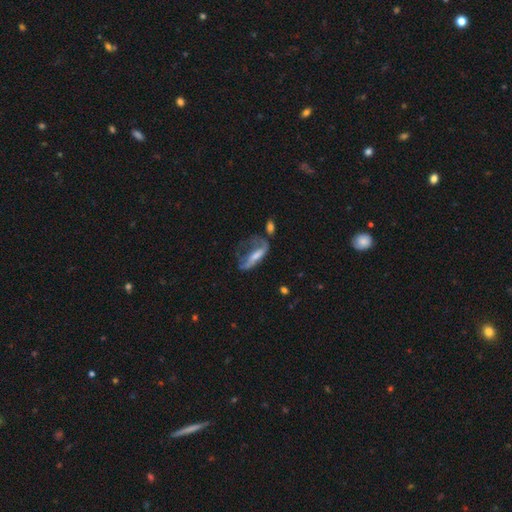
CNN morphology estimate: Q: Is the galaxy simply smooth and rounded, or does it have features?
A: smooth — 49%.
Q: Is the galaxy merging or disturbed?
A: major disturbance — 51%.